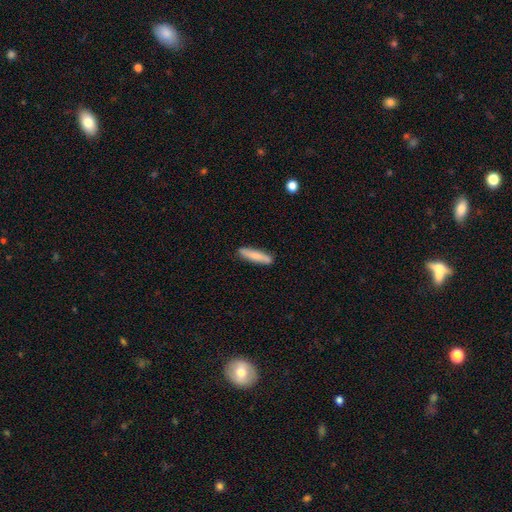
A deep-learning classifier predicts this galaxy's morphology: smooth-or-featured: smooth: 78% | featured or disk: 16% | star or artifact: 6%
  how-rounded: cigar-shaped: 83% | in between: 15% | round: 2%
  merging: none: 87% | minor disturbance: 10% | major disturbance: 2% | merger: 1%